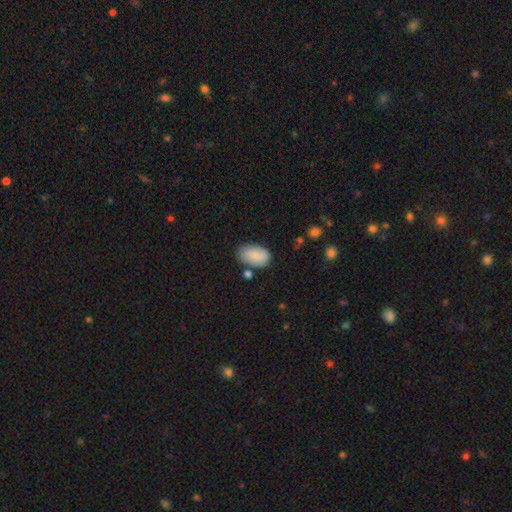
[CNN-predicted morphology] smooth 85%, featured or disk 8%, star or artifact 7%. Down the decision tree: how rounded — in between (93%); merging — none (66%).